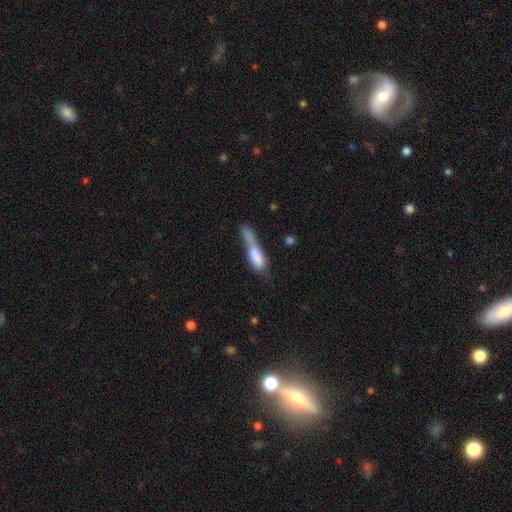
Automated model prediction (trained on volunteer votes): A smooth galaxy with no disk features (71%) that is in between round and cigar-shaped (48%, tied with cigar-shaped).

Vote fractions:
- Smooth or featured? smooth: 71% / featured or disk: 21% / star or artifact: 8%
- How rounded? in between: 48% (tied) / cigar-shaped: 48% (tied) / round: 4%
- Merging? merger: 39% / major disturbance: 24% / none: 19% / minor disturbance: 19%